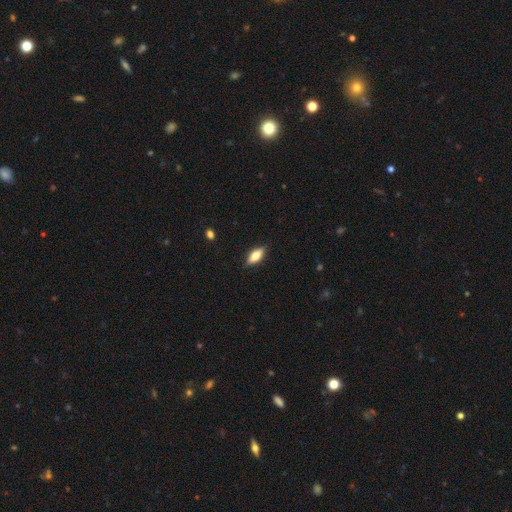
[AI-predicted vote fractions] Overall: smooth (71%). How rounded: in between (80%). Merging: none (87%).